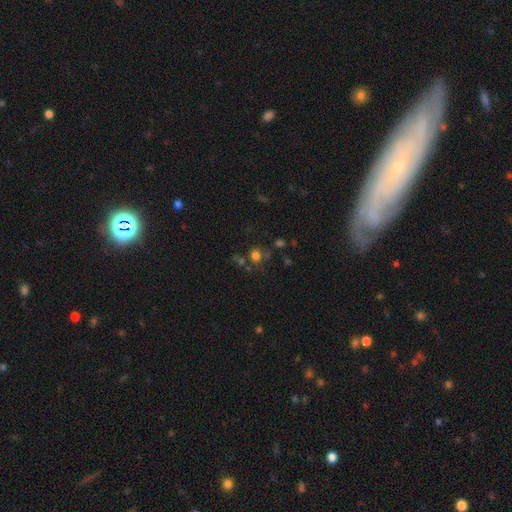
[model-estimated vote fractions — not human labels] Smooth or featured? smooth (69%)
How rounded? round (82%)
Merging? none (69%)